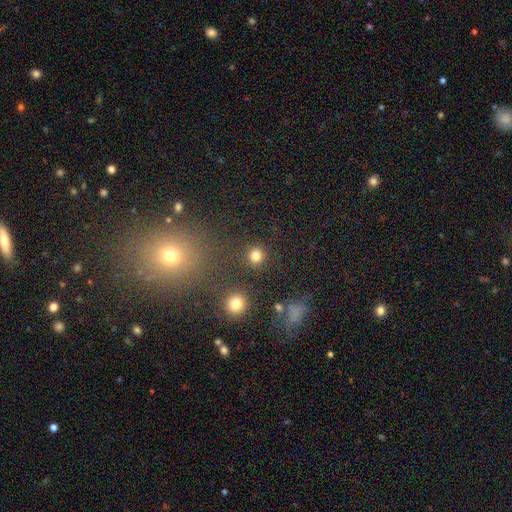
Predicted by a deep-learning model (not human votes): Smooth or featured?
  - smooth: 81% *
  - star or artifact: 15%
  - featured or disk: 5%
How rounded?
  - round: 92% *
  - in between: 7%
  - cigar-shaped: 1%
Merging?
  - none: 89% *
  - minor disturbance: 5%
  - major disturbance: 3%
  - merger: 3%